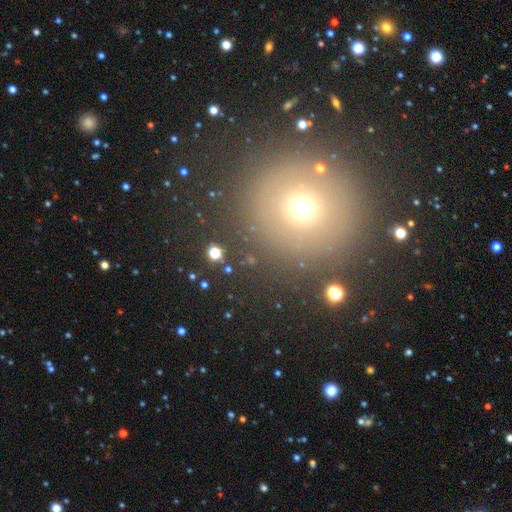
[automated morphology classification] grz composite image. It shows a smooth galaxy with no disk features (59%) that is round (92%). Merging: none (86%).